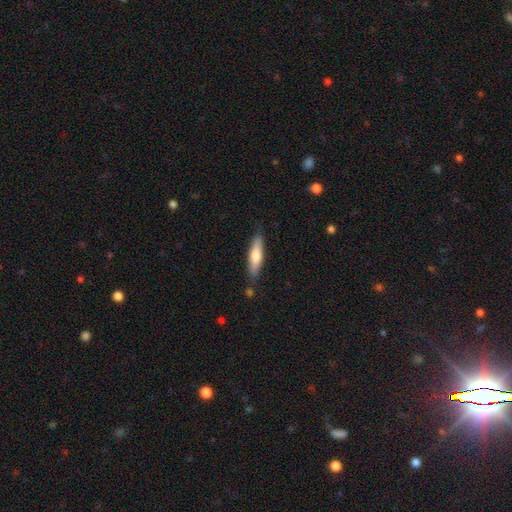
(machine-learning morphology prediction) This is likely a smooth galaxy (67%). How rounded: likely cigar-shaped (70%). Merging: likely none (80%).